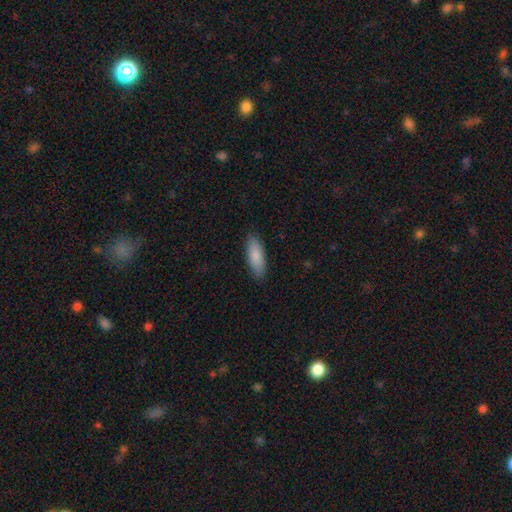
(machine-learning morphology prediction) This is clearly a smooth galaxy (86%). How rounded: likely in between (67%). Merging: clearly none (88%).